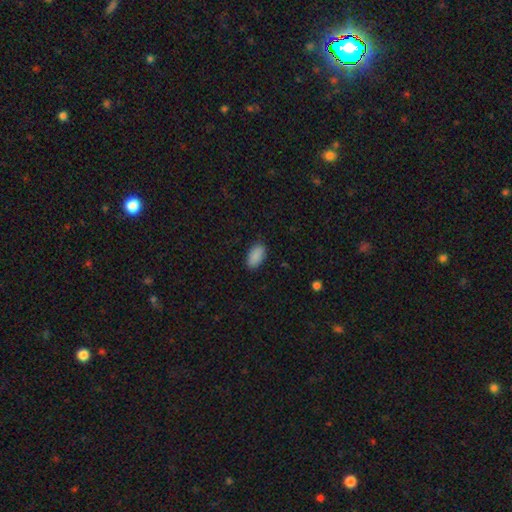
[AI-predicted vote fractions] smooth_or_featured: smooth (p=0.90) [alt: star or artifact p=0.07]
how_rounded: in between (p=0.94) [alt: round p=0.03]
merging: none (p=0.88) [alt: minor disturbance p=0.09]